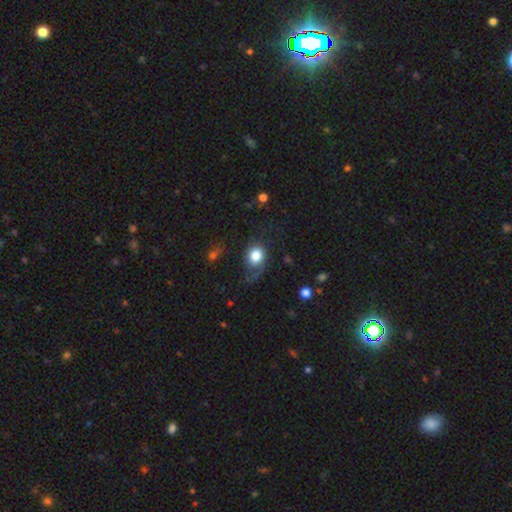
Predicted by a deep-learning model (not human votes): This appears to be a smooth galaxy with no disk features (72%) that is round (54%). Merging: none (41%).